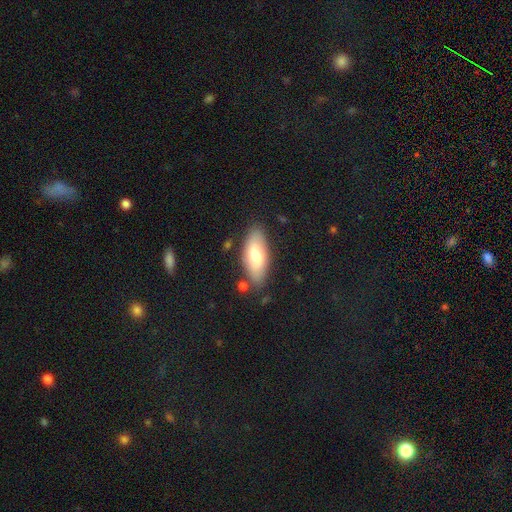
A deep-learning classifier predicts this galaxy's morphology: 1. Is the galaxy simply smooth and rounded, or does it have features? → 72% smooth, 22% featured or disk, 6% star or artifact.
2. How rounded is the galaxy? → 82% in between, 15% cigar-shaped, 2% round.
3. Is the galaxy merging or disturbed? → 79% none, 14% minor disturbance, 4% merger, 3% major disturbance.